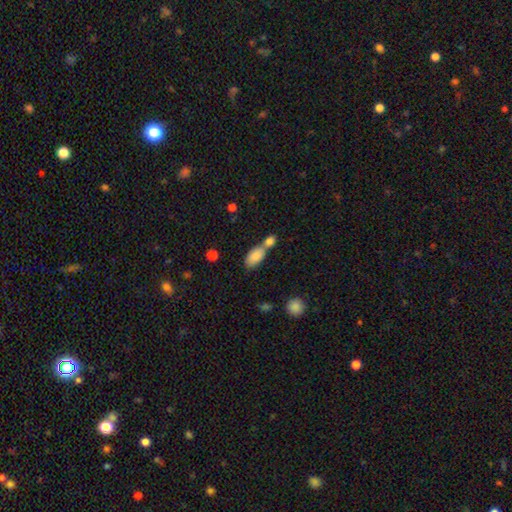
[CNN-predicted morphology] smooth-or-featured: smooth: 85% | featured or disk: 8% | star or artifact: 7%
  how-rounded: in between: 90% | cigar-shaped: 6% | round: 4%
  merging: merger: 52% | none: 33% | minor disturbance: 10% | major disturbance: 4%